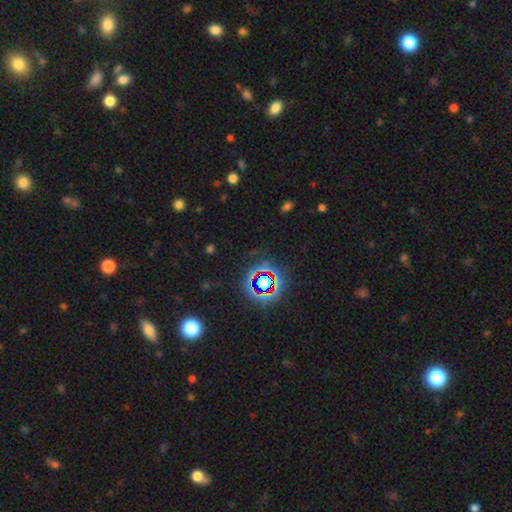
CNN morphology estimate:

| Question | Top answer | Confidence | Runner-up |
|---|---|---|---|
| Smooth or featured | star or artifact | 75% | smooth (14%) |